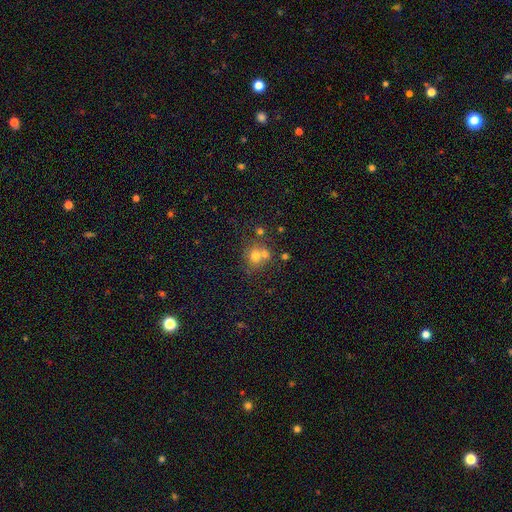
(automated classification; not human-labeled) smooth 69%, featured or disk 16%, star or artifact 16%. Down the decision tree: how rounded — round (81%); merging — none (45%).